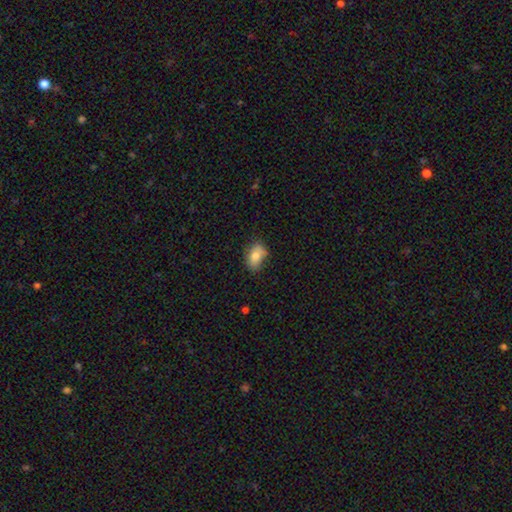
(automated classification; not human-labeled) smooth 78%, featured or disk 13%, star or artifact 8%. Down the decision tree: how rounded — in between (86%); merging — none (65%).